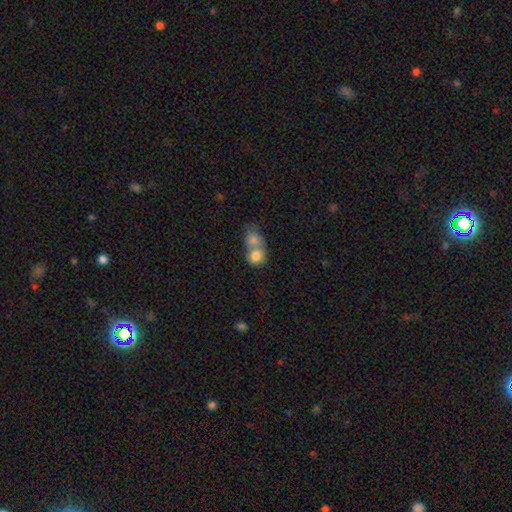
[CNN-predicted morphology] Q: Smooth or featured?
A: smooth (80%); runner-up: featured or disk (12%)
Q: How rounded?
A: round (65%); runner-up: in between (33%)
Q: Merging?
A: merger (71%); runner-up: none (20%)